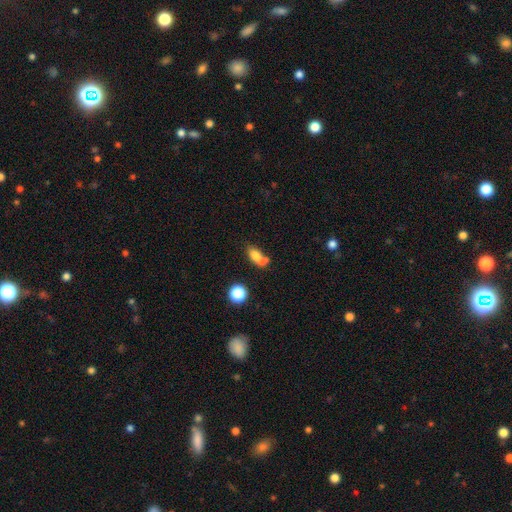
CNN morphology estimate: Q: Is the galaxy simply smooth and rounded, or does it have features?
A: smooth — 73%.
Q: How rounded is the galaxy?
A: in between — 71%.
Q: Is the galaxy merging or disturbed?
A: merger — 57%.